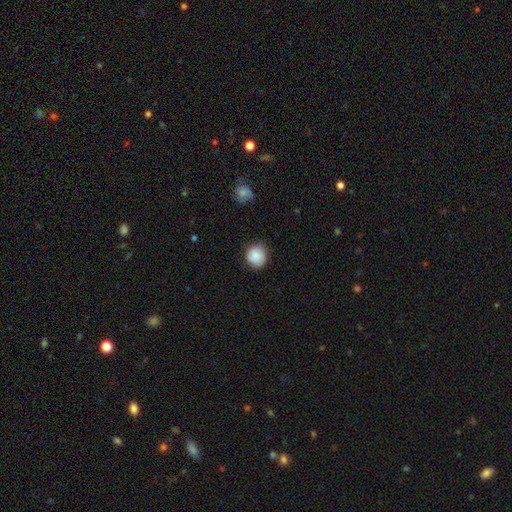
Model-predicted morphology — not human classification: Smooth or featured: smooth — 84% (featured or disk — 8%)
How rounded: round — 89% (in between — 10%)
Merging: none — 81% (minor disturbance — 14%)